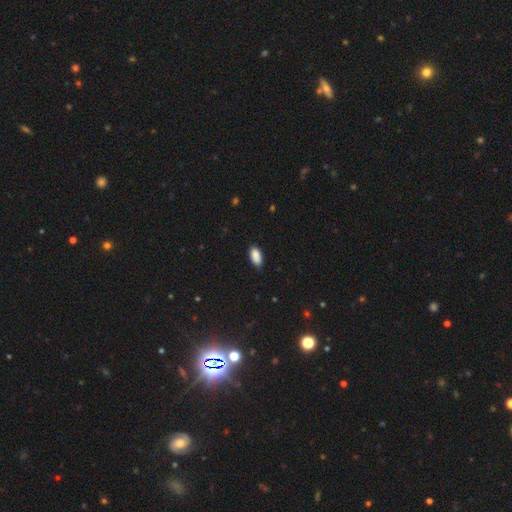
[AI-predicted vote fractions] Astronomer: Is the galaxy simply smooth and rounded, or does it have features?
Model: smooth — 89%.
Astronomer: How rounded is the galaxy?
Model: in between — 93%.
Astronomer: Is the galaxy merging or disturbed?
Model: none — 83%.